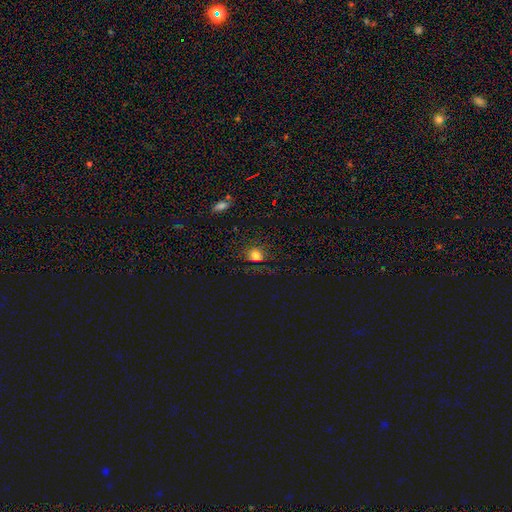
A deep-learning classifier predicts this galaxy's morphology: smooth_or_featured: smooth (p=0.76) [alt: star or artifact p=0.18]
how_rounded: round (p=0.72) [alt: in between p=0.26]
merging: none (p=0.78) [alt: minor disturbance p=0.15]